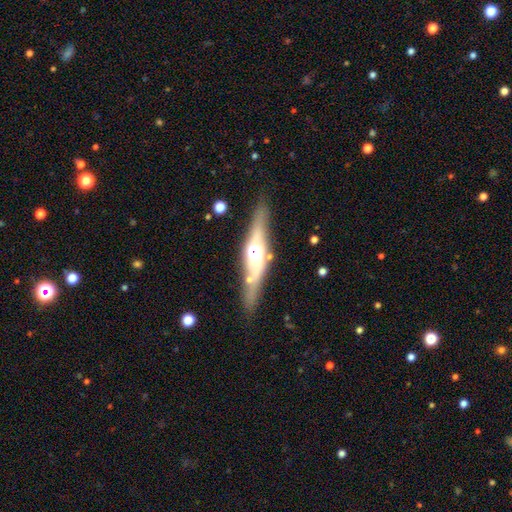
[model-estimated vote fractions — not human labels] Overall: featured or disk (67%). Edge-on disk: yes (87%). Edge-on bulge: rounded (85%). Merging: none (80%).